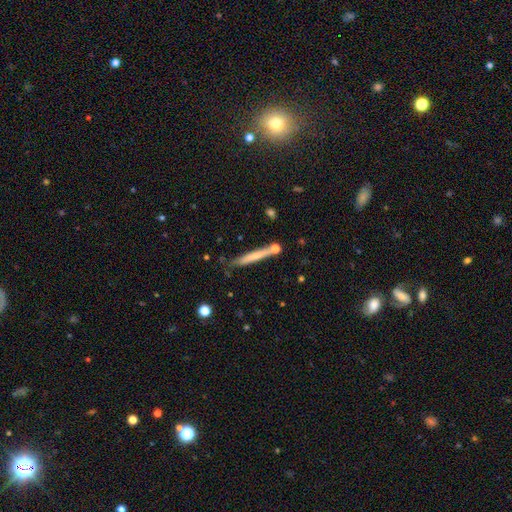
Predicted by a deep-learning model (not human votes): A smooth galaxy with no disk features (58%) that is cigar-shaped (95%). Merging: none (74%).